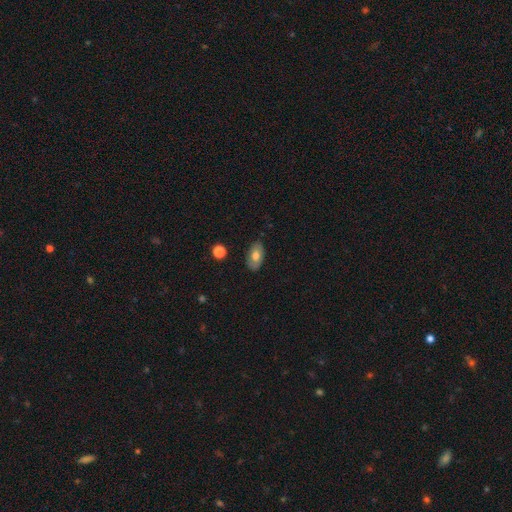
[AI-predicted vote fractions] Q: Smooth or featured?
A: smooth (69%); runner-up: featured or disk (24%)
Q: How rounded?
A: in between (92%); runner-up: round (6%)
Q: Merging?
A: none (84%); runner-up: minor disturbance (12%)